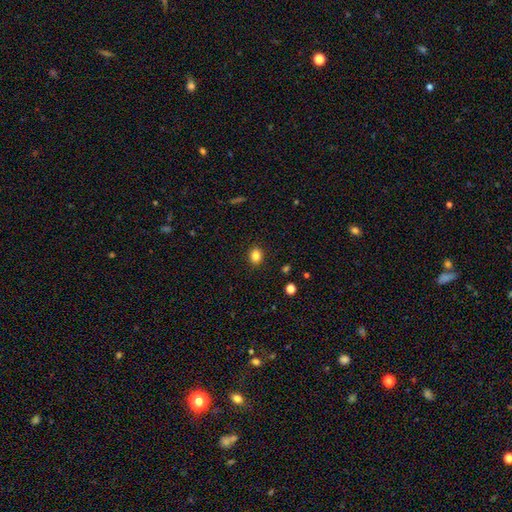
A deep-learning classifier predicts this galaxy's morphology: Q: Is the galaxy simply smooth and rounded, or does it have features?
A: smooth — 84%.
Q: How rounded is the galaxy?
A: round — 51%.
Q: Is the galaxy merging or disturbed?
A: none — 90%.